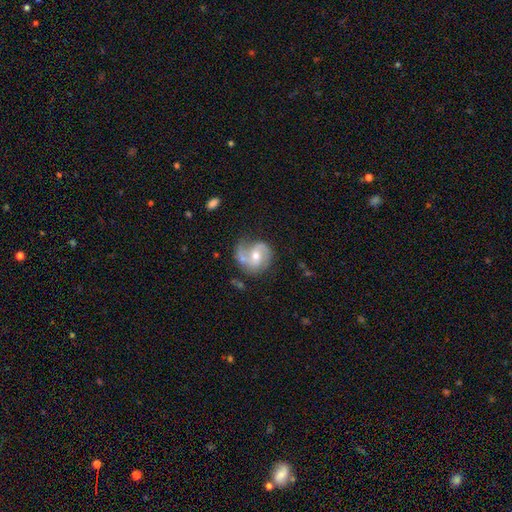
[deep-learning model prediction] A featured or disk galaxy (76%) with no bar (49%), 2 (77%) medium (49%) spiral arms (92%) and a moderate central bulge (64%).

Vote fractions:
- Smooth or featured? featured or disk: 76% / smooth: 17% / star or artifact: 6%
- Edge-on disk? no: 98% / yes: 2%
- Bar? no: 49% / weak: 41% / strong: 10%
- Spiral arms? yes: 92% / no: 8%
- Spiral winding? medium: 49% / loose: 27% / tight: 24%
- Spiral arm count? 2: 77% / 1: 12% / can't tell: 7% / 3: 3% / 4: 1% / more than 4: 1%
- Bulge size? moderate: 64% / small: 30% / large: 3% / none: 1% / dominant: 1%
- Merging? none: 54% / minor disturbance: 22% / merger: 13% / major disturbance: 11%